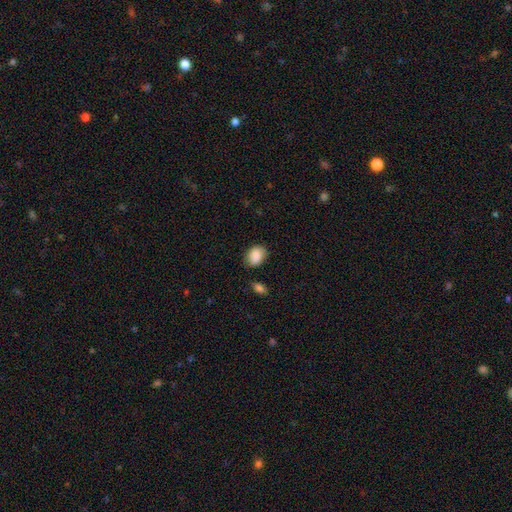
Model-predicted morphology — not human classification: A smooth galaxy with no disk features (88%) that is in between round and cigar-shaped (73%).

Vote fractions:
- Smooth or featured? smooth: 88% / star or artifact: 8% / featured or disk: 4%
- How rounded? in between: 73% / round: 26% / cigar-shaped: 1%
- Merging? none: 73% / minor disturbance: 19% / major disturbance: 4% / merger: 3%